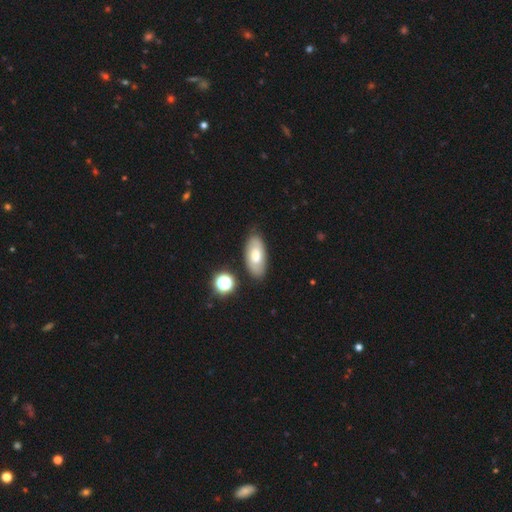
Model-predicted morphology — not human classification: type=smooth (64%); roundness=in between (91%); merging=none (82%).